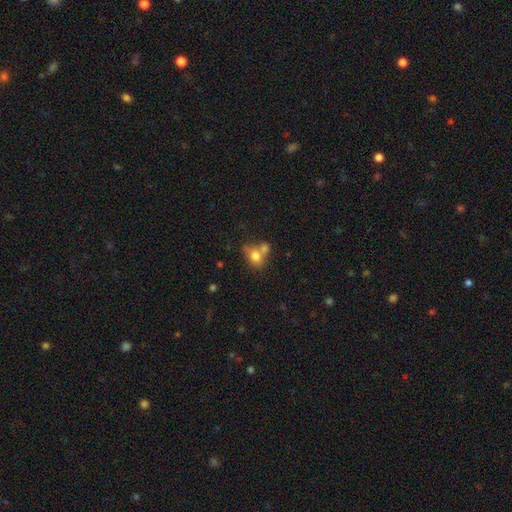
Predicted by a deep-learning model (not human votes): Smooth or featured: smooth — 76% (featured or disk — 13%)
How rounded: in between — 55% (round — 44%)
Merging: merger — 47% (none — 34%)